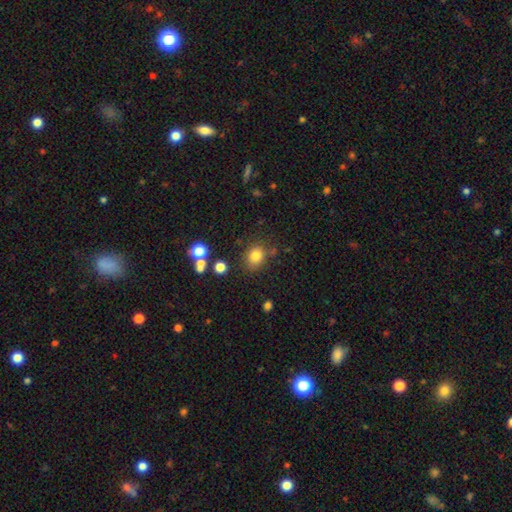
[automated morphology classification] This is likely a smooth galaxy (80%). How rounded: likely round (62%). Merging: likely none (75%).